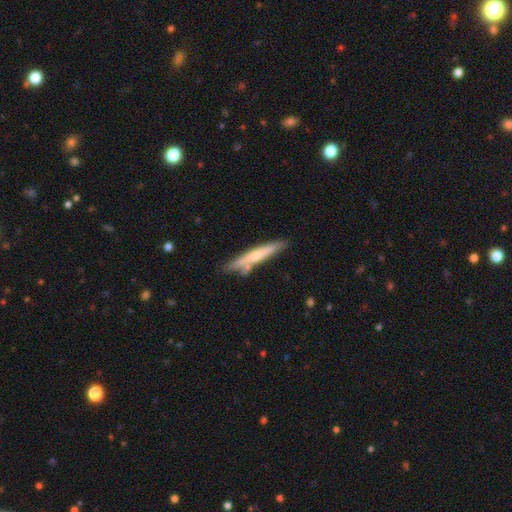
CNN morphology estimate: Overall: smooth (49%; featured or disk 46%). Merging: none (74%).